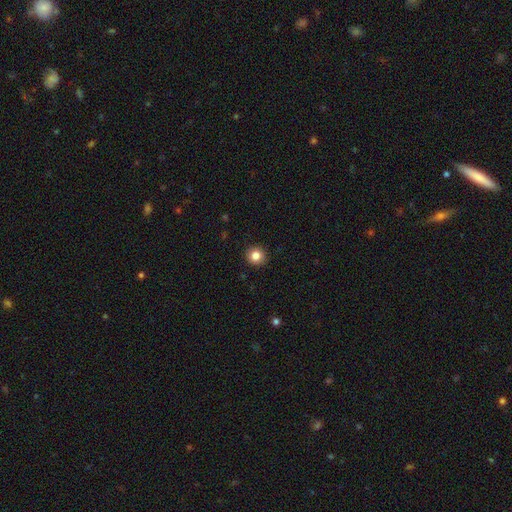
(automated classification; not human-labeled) smooth 83%, star or artifact 11%, featured or disk 6%. Down the decision tree: how rounded — round (93%); merging — none (93%).